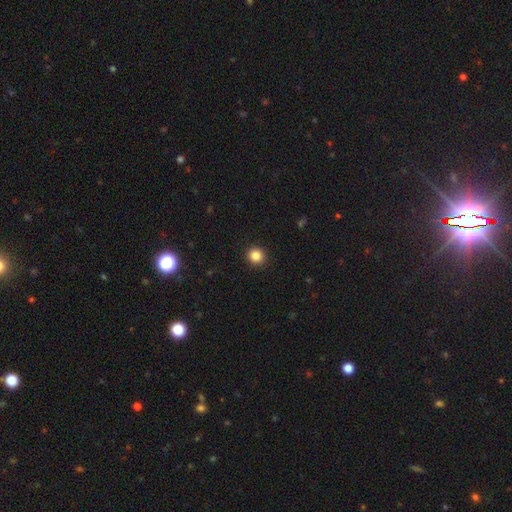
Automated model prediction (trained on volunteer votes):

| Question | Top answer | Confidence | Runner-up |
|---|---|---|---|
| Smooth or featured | smooth | 85% | star or artifact (11%) |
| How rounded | round | 91% | in between (8%) |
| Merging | none | 93% | minor disturbance (5%) |